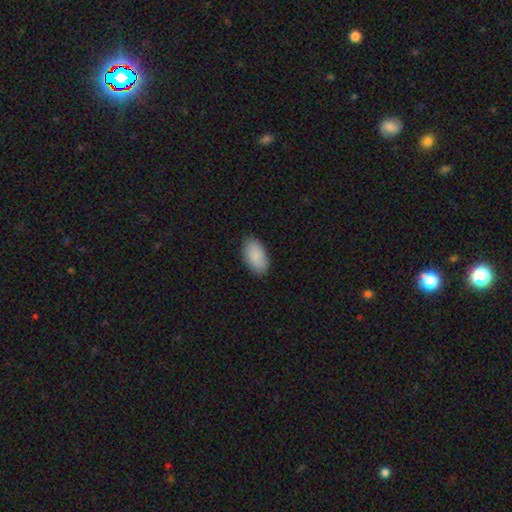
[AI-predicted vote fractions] Smooth or featured? Predicted: smooth (p=0.89). How rounded? Predicted: in between (p=0.95). Merging? Predicted: none (p=0.87).